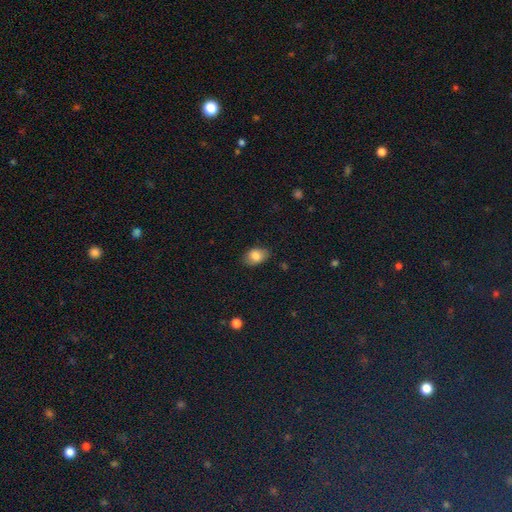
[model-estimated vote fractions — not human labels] smooth_or_featured: smooth (p=0.81) [alt: featured or disk p=0.11]
how_rounded: in between (p=0.85) [alt: round p=0.14]
merging: none (p=0.79) [alt: minor disturbance p=0.16]